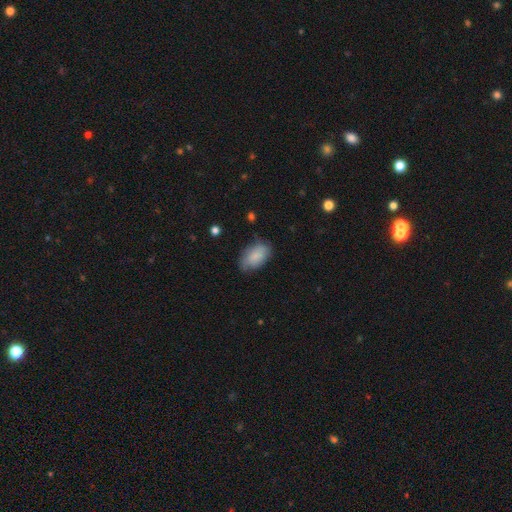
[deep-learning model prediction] The model was most divided on "merging": none: 70%, minor disturbance: 24%, major disturbance: 5%, merger: 1%. More confident: how rounded — in between (93%); smooth or featured — smooth (83%).